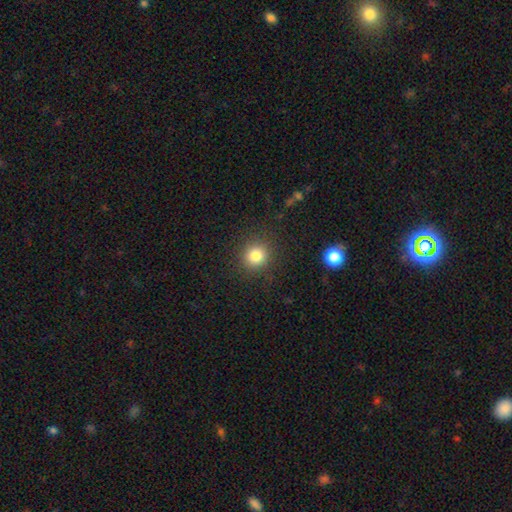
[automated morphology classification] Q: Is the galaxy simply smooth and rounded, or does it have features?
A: smooth — 81%.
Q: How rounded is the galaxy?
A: round — 89%.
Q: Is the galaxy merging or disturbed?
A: none — 89%.